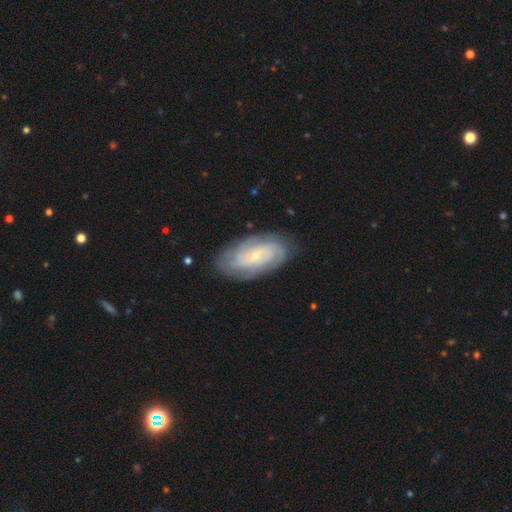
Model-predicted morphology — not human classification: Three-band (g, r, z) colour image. It shows a featured or disk galaxy (77%) with no bar (64%), tight (67%) spiral arms (93%) and a small central bulge (81%). Merging: none (81%).